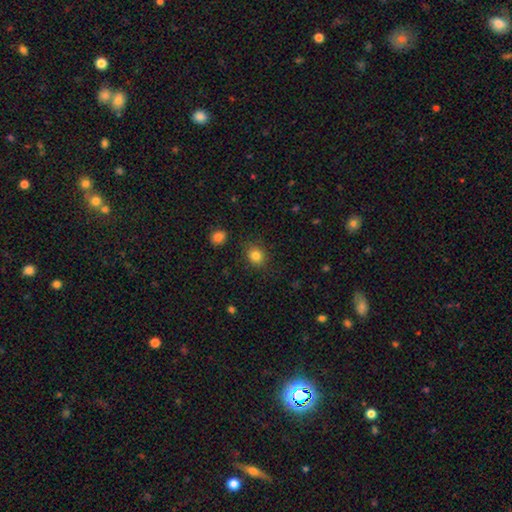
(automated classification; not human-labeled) A smooth galaxy with no disk features (83%) that is round (70%). Merging: none (86%).